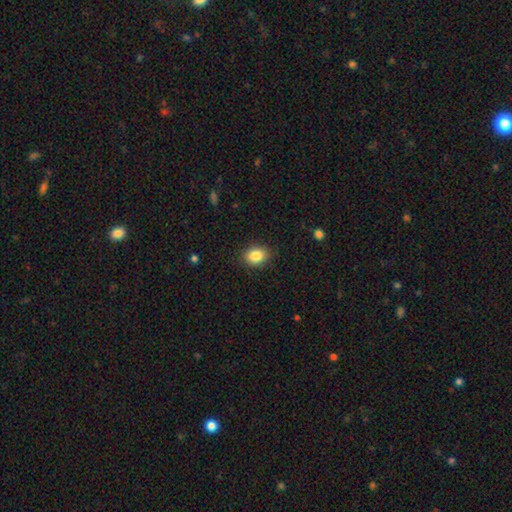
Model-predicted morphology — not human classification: Smooth or featured? smooth (86%)
How rounded? in between (63%)
Merging? none (88%)